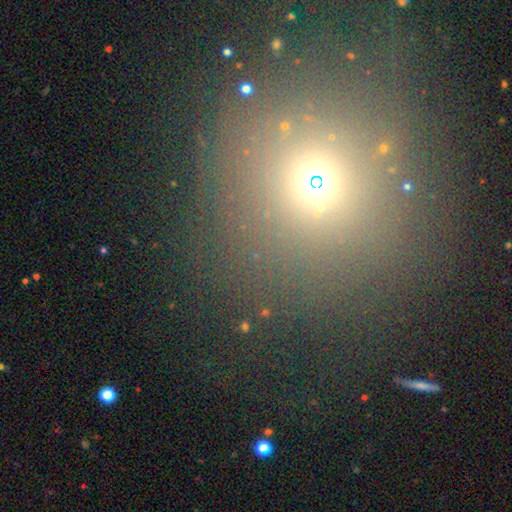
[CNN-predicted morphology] The model was most divided on "smooth or featured": smooth: 56%, star or artifact: 34%, featured or disk: 9%. More confident: how rounded — round (91%); merging — none (79%).